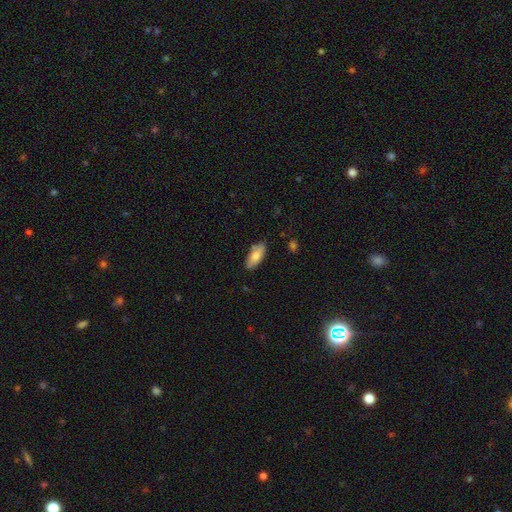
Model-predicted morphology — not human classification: Smooth or featured? smooth (75%)
How rounded? in between (81%)
Merging? none (81%)